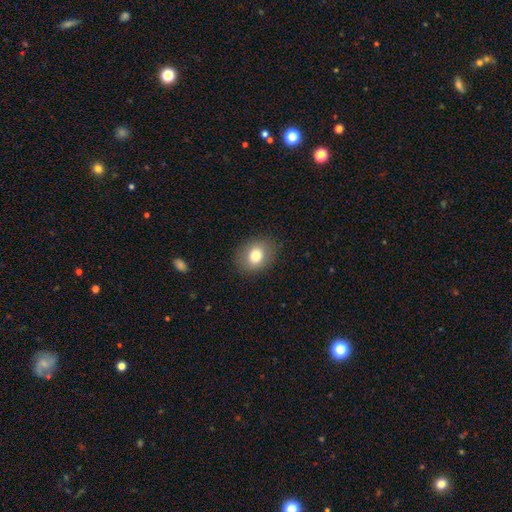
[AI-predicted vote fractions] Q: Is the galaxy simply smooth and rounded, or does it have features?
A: smooth — 79%.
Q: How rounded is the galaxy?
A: round — 51%.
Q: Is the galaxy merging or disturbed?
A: none — 85%.